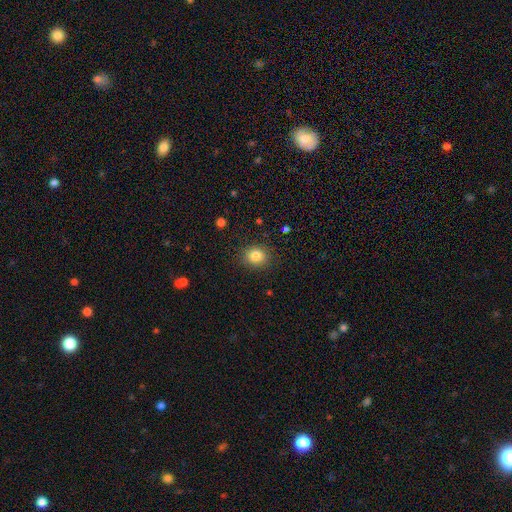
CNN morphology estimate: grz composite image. It shows a smooth galaxy with no disk features (83%) that is round (71%). Merging: none (88%).